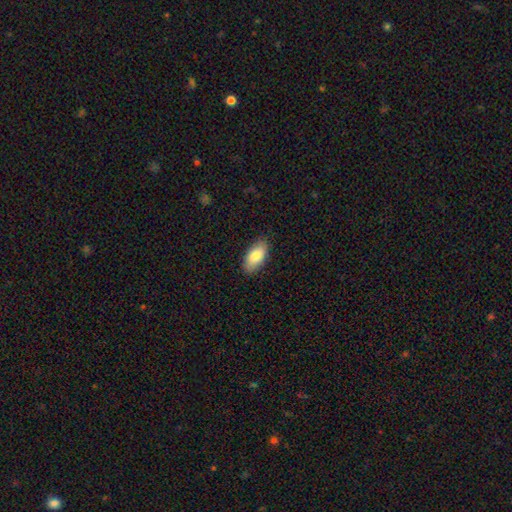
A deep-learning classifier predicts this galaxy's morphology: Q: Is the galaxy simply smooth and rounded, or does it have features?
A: smooth — 85%.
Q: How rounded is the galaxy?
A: in between — 92%.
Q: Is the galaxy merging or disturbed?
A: none — 85%.